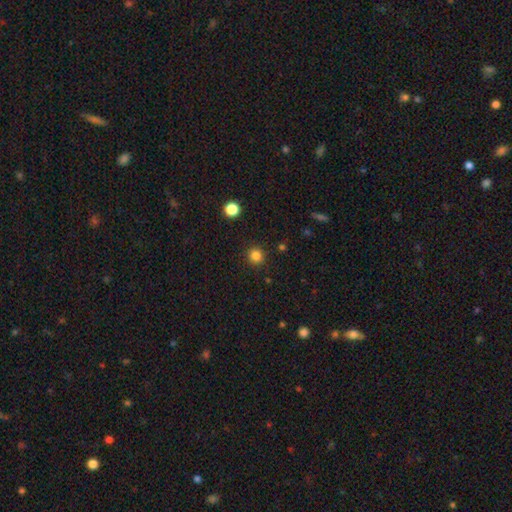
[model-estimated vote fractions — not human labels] This is clearly a smooth galaxy (83%). How rounded: clearly round (93%). Merging: clearly none (91%).